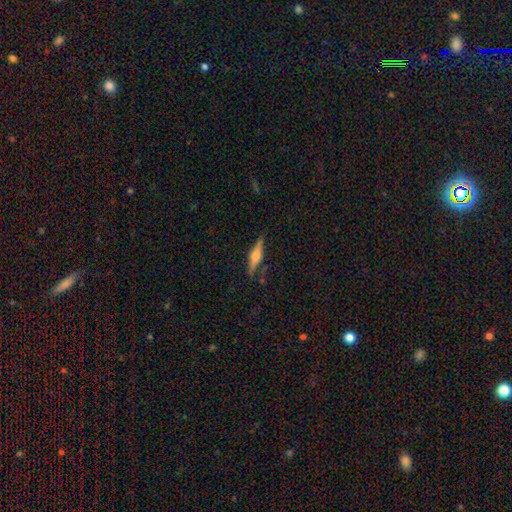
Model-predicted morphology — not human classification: A featured or disk galaxy (63%) viewed edge-on (97%) with a rounded central bulge (83%). Merging: none (85%).